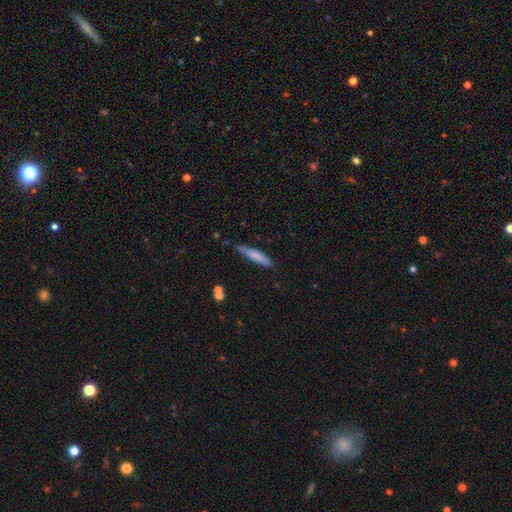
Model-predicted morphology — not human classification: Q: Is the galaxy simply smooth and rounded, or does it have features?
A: smooth — 75%.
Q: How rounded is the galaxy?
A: cigar-shaped — 86%.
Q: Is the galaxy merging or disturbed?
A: none — 75%.